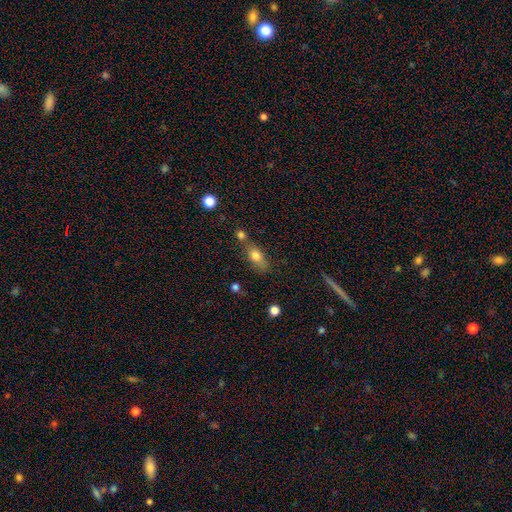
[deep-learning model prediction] A smooth galaxy with no disk features (75%) that is in between round and cigar-shaped (74%).

Vote fractions:
- Smooth or featured? smooth: 75% / featured or disk: 15% / star or artifact: 9%
- How rounded? in between: 74% / cigar-shaped: 14% / round: 12%
- Merging? none: 51% / merger: 25% / minor disturbance: 18% / major disturbance: 7%